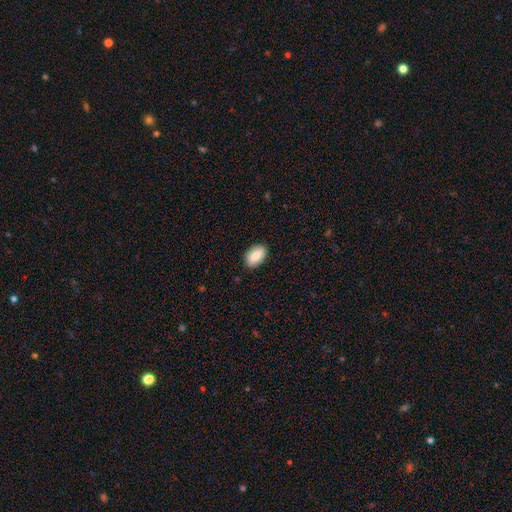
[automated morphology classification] This is likely a smooth galaxy (79%). How rounded: clearly in between (90%). Merging: clearly none (88%).